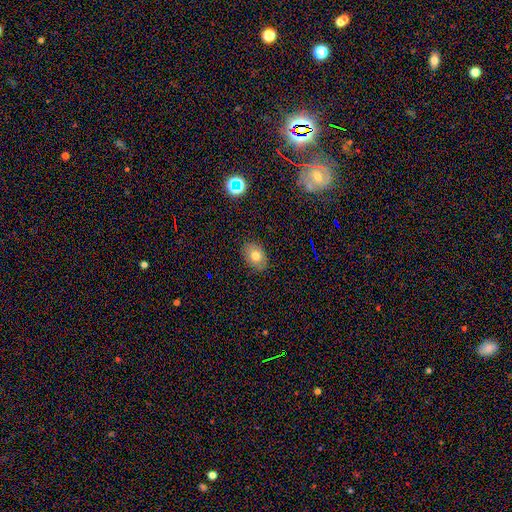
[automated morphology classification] The model was most divided on "how rounded": in between: 71%, round: 28%, cigar-shaped: 1%. More confident: merging — none (86%); smooth or featured — smooth (74%).